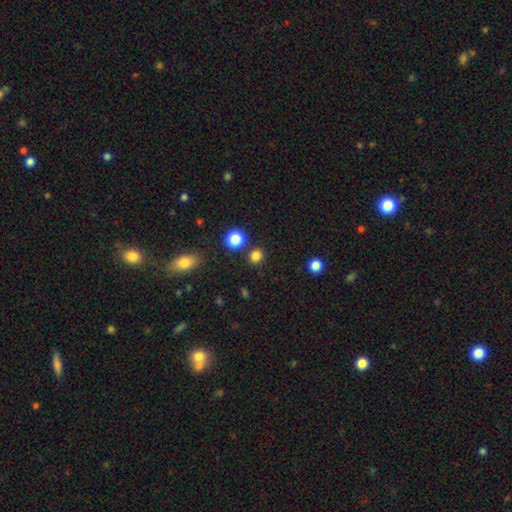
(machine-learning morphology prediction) smooth 81%, star or artifact 16%, featured or disk 4%. Down the decision tree: how rounded — round (87%); merging — none (84%).